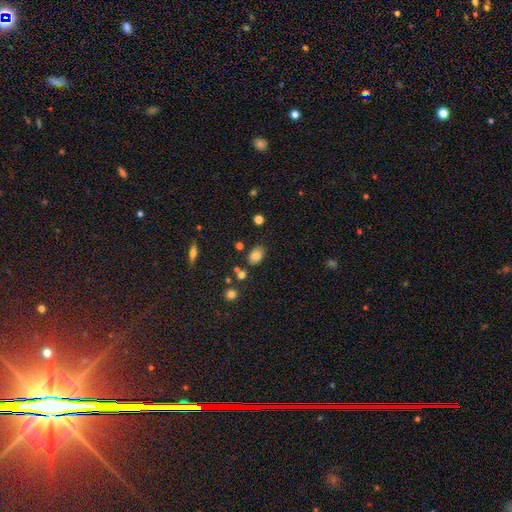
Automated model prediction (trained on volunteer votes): Morphology: type=smooth (79%); roundness=in between (79%); merging=none (77%).